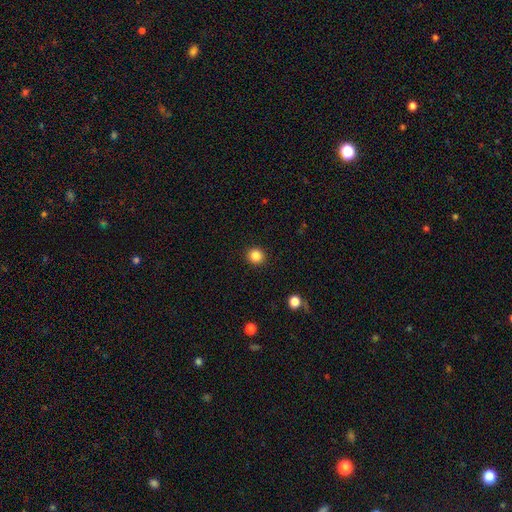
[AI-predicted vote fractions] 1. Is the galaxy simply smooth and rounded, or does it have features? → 86% smooth, 11% star or artifact, 4% featured or disk.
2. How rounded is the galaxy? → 92% round, 7% in between, 1% cigar-shaped.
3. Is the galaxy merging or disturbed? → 93% none, 5% minor disturbance, 2% major disturbance, 1% merger.